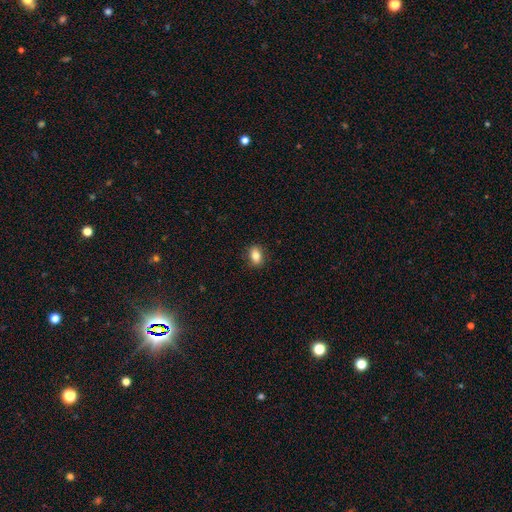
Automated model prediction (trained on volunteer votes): smooth-or-featured: smooth: 82% | star or artifact: 9% | featured or disk: 9%
  how-rounded: in between: 74% | round: 24% | cigar-shaped: 2%
  merging: none: 87% | minor disturbance: 10% | major disturbance: 2% | merger: 1%